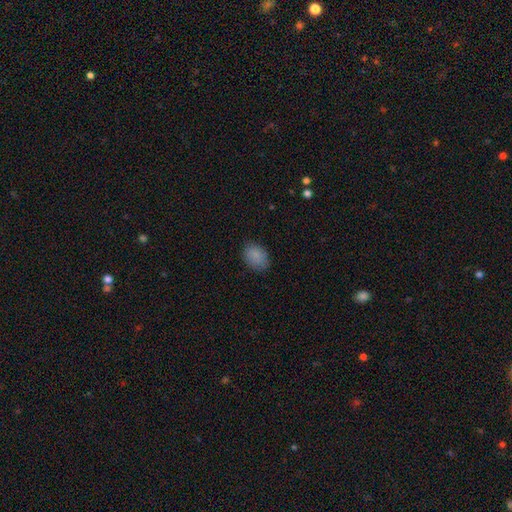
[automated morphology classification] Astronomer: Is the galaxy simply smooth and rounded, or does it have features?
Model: smooth — 87%.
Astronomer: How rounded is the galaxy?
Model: in between — 71%.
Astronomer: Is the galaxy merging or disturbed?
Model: none — 81%.